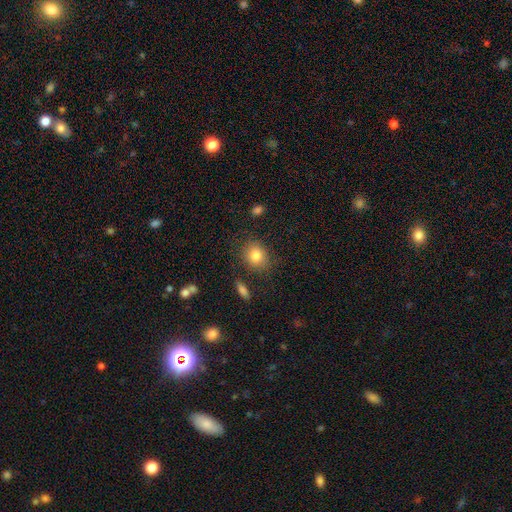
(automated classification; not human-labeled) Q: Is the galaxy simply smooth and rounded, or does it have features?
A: smooth — 82%.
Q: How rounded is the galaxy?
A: round — 65%.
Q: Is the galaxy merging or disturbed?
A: none — 81%.